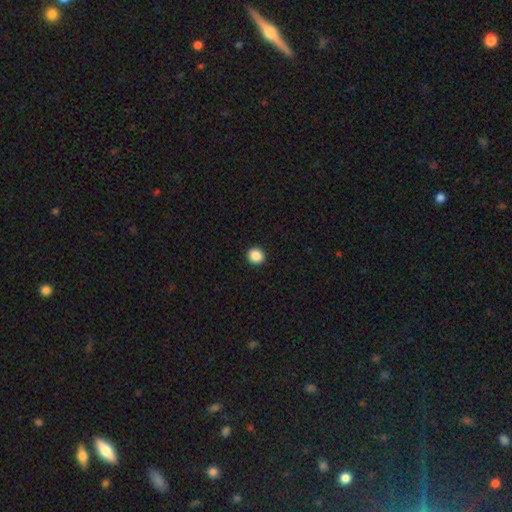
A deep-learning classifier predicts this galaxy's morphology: The model was most divided on "how rounded": round: 89%, in between: 10%, cigar-shaped: 1%. More confident: merging — none (94%); smooth or featured — smooth (88%).